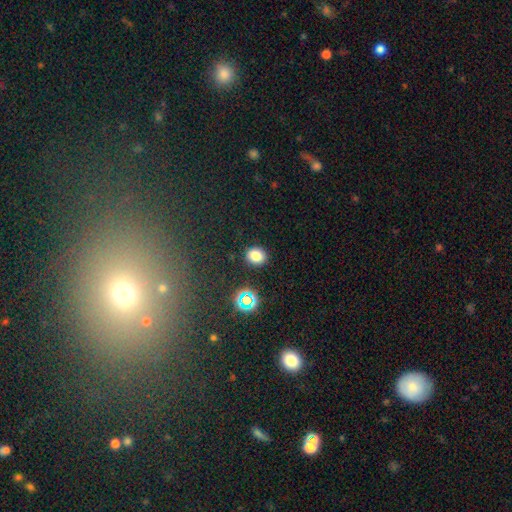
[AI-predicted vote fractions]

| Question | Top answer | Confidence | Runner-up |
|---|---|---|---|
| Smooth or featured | smooth | 78% | star or artifact (16%) |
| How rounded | round | 67% | in between (32%) |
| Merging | none | 89% | minor disturbance (7%) |